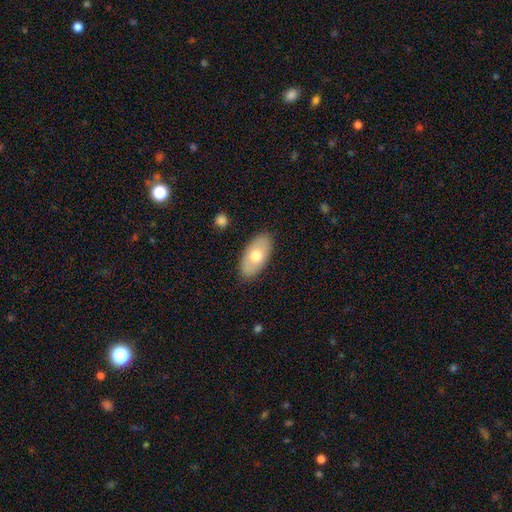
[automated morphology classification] Overall: smooth (66%; featured or disk 28%). How rounded: in between (93%). Merging: none (86%).